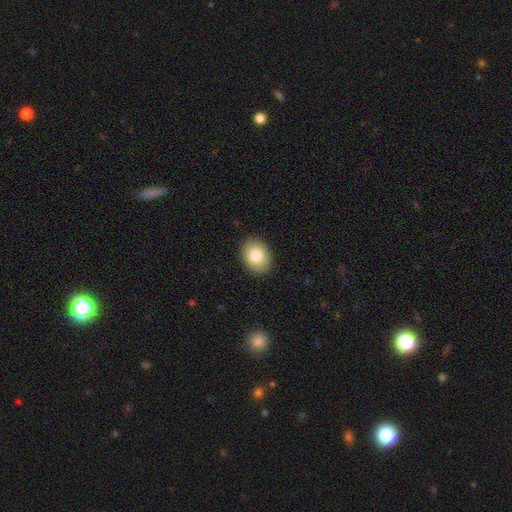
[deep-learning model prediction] This is clearly a smooth galaxy (82%). How rounded: possibly in between (60%). Merging: clearly none (90%).